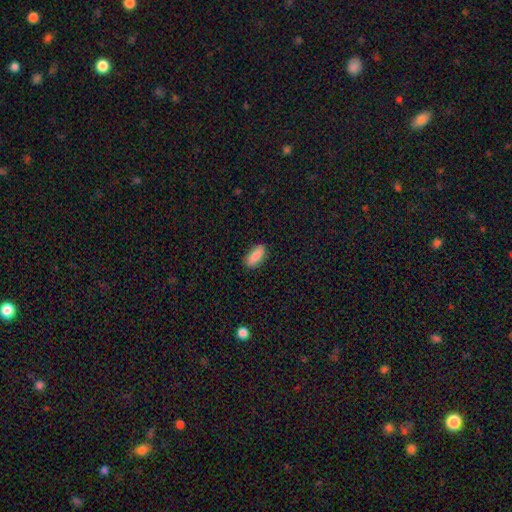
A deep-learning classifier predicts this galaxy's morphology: smooth_or_featured: smooth (p=0.86) [alt: star or artifact p=0.07]
how_rounded: in between (p=0.77) [alt: cigar-shaped p=0.21]
merging: none (p=0.83) [alt: minor disturbance p=0.13]